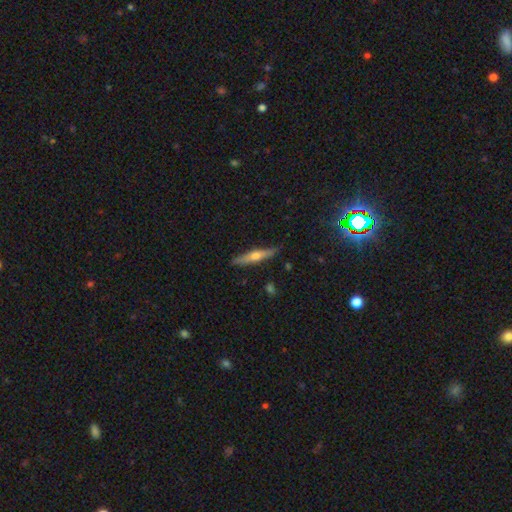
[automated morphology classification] This is likely a featured or disk galaxy (63%). It is clearly viewed edge-on (96%). Edge-on bulge: clearly rounded (91%). Merging: clearly none (88%).